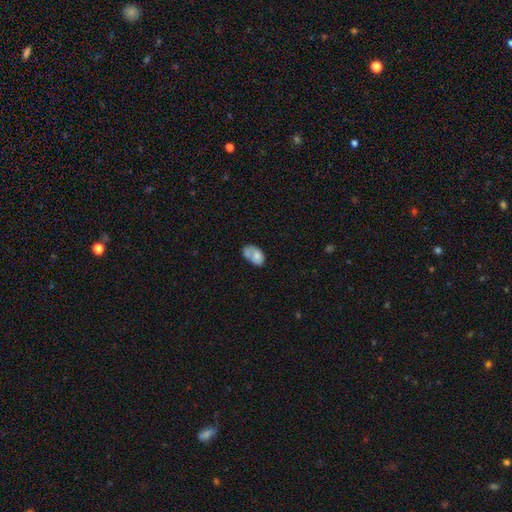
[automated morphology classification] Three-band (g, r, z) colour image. It shows a smooth galaxy with no disk features (66%) that is in between round and cigar-shaped (87%). Merging: merger (34%).